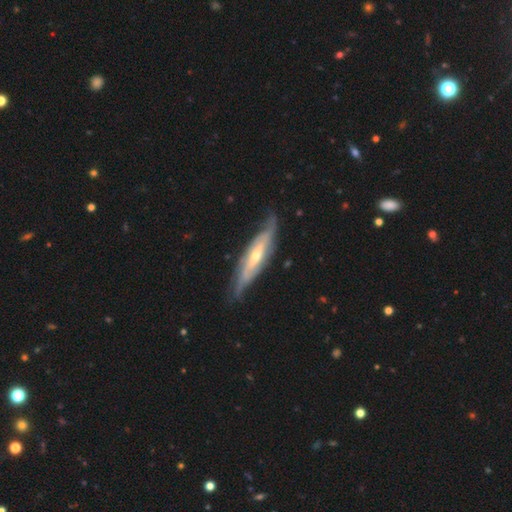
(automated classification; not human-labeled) This is likely a featured or disk galaxy (76%). It is possibly not viewed edge-on (51%). Merging: likely none (69%).